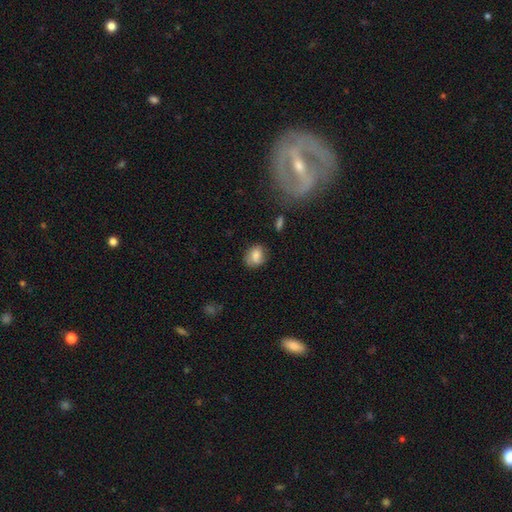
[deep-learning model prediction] smooth_or_featured: smooth (p=0.78) [alt: featured or disk p=0.13]
how_rounded: in between (p=0.56) [alt: round p=0.43]
merging: none (p=0.69) [alt: minor disturbance p=0.23]